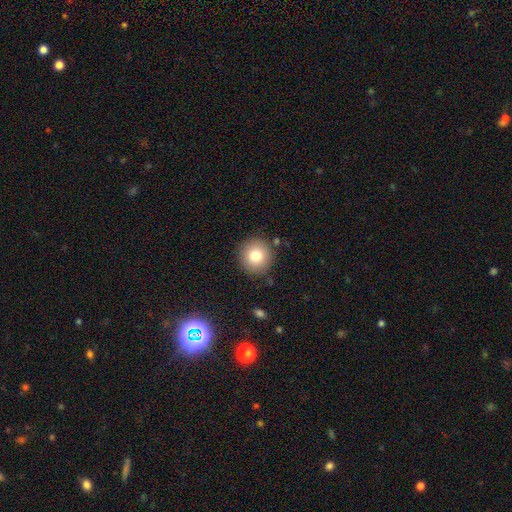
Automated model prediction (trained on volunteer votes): Smooth or featured: smooth — 78% (featured or disk — 11%)
How rounded: round — 93% (in between — 6%)
Merging: none — 88% (minor disturbance — 7%)